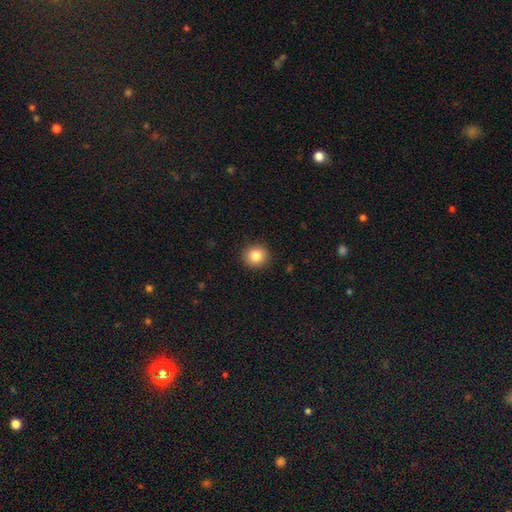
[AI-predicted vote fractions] A smooth galaxy with no disk features (84%) that is round (88%). Merging: none (91%).